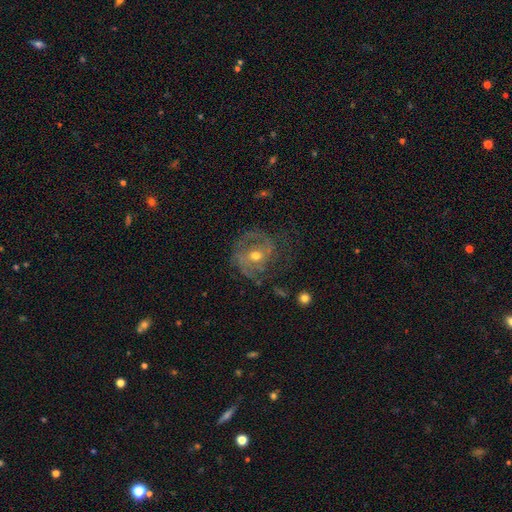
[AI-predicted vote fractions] A featured or disk galaxy (78%) with no bar (56%), 2 (49%) medium (42%) spiral arms (86%) and a moderate central bulge (64%).

Vote fractions:
- Smooth or featured? featured or disk: 78% / smooth: 13% / star or artifact: 9%
- Edge-on disk? no: 97% / yes: 3%
- Bar? no: 56% / weak: 33% / strong: 11%
- Spiral arms? yes: 86% / no: 14%
- Spiral winding? medium: 42% / tight: 41% / loose: 16%
- Spiral arm count? 2: 49% / can't tell: 23% / 3: 12% / 1: 10% / 4: 3% / more than 4: 3%
- Bulge size? moderate: 64% / small: 32% / large: 2% / none: 1% / dominant: 1%
- Merging? none: 63% / minor disturbance: 20% / major disturbance: 16% / merger: 2%